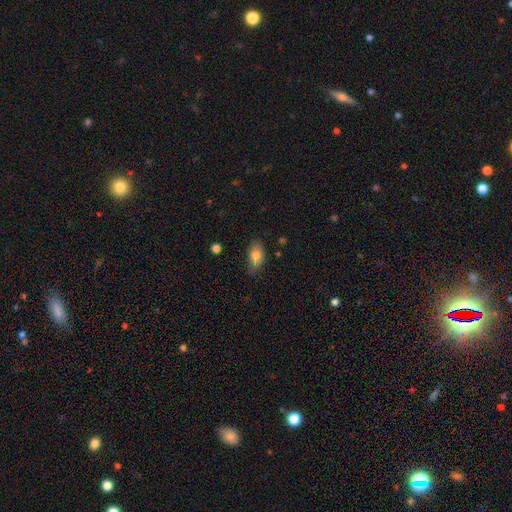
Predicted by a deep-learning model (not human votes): The model was most divided on "merging": none: 70%, minor disturbance: 24%, major disturbance: 5%, merger: 1%. More confident: how rounded — in between (90%); smooth or featured — smooth (81%).